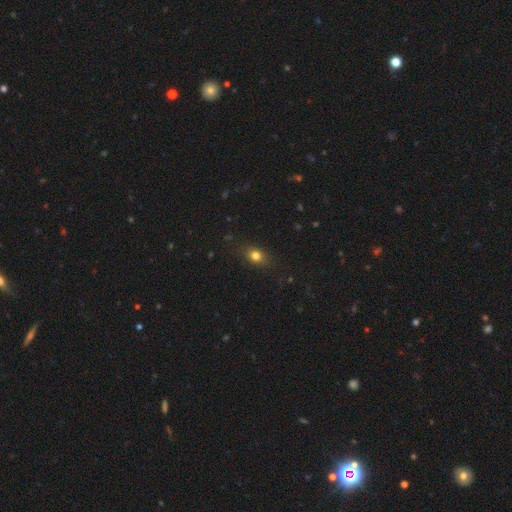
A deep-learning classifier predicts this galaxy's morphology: smooth_or_featured: smooth (p=0.78) [alt: star or artifact p=0.13]
how_rounded: in between (p=0.56) [alt: round p=0.41]
merging: none (p=0.84) [alt: minor disturbance p=0.12]